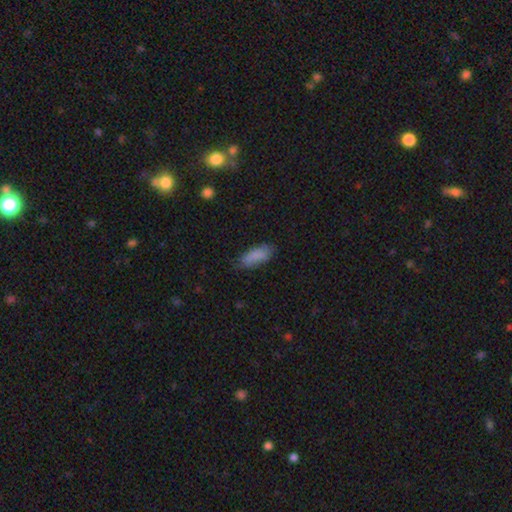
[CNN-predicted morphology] The model was most divided on "merging": none: 66%, minor disturbance: 26%, major disturbance: 6%, merger: 2%. More confident: smooth or featured — smooth (83%); how rounded — in between (76%).